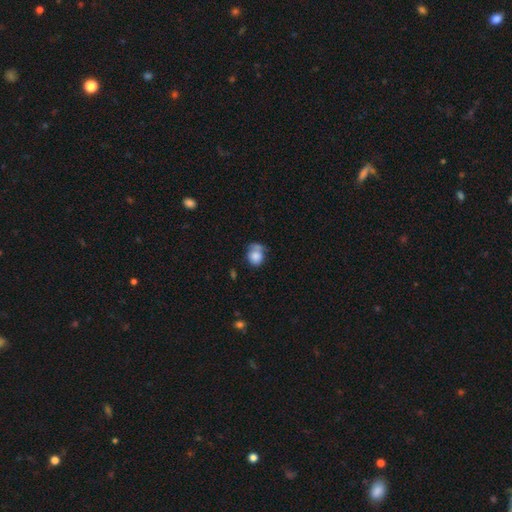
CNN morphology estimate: Q: Smooth or featured?
A: smooth (79%); runner-up: featured or disk (12%)
Q: How rounded?
A: round (65%); runner-up: in between (34%)
Q: Merging?
A: none (41%); runner-up: minor disturbance (24%)